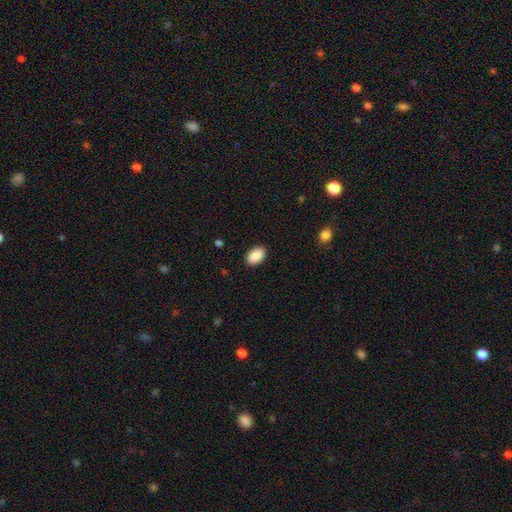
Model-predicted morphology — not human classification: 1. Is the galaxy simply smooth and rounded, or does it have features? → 90% smooth, 7% star or artifact, 3% featured or disk.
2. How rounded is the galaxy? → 92% in between, 6% round, 1% cigar-shaped.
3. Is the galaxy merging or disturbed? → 89% none, 8% minor disturbance, 2% major disturbance, 1% merger.